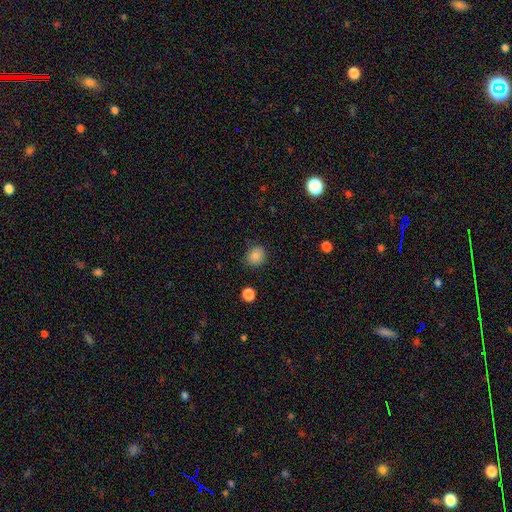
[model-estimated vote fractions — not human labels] This is clearly a smooth galaxy (85%). How rounded: likely round (75%). Merging: clearly none (81%).